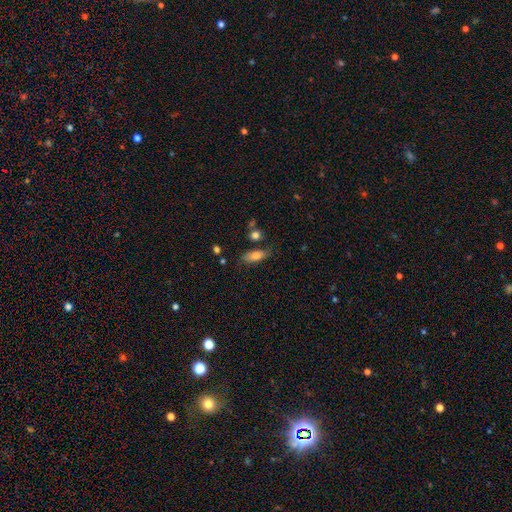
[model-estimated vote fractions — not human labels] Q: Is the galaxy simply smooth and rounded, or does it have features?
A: smooth — 76%.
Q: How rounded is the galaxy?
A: in between — 78%.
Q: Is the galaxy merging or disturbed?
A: none — 71%.